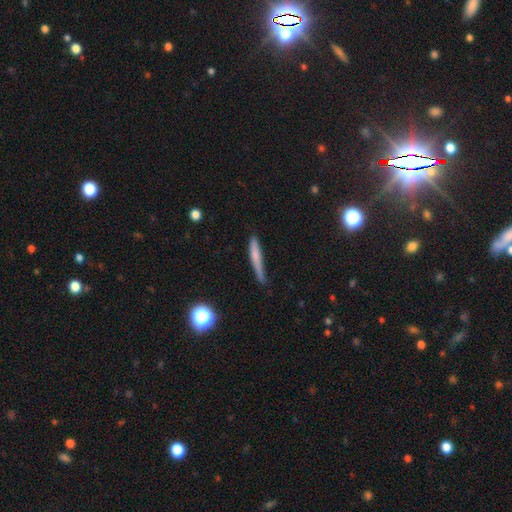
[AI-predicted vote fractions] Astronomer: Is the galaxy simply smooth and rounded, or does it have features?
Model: smooth — 64%.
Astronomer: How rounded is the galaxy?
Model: cigar-shaped — 92%.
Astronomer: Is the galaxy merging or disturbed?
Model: none — 63%.